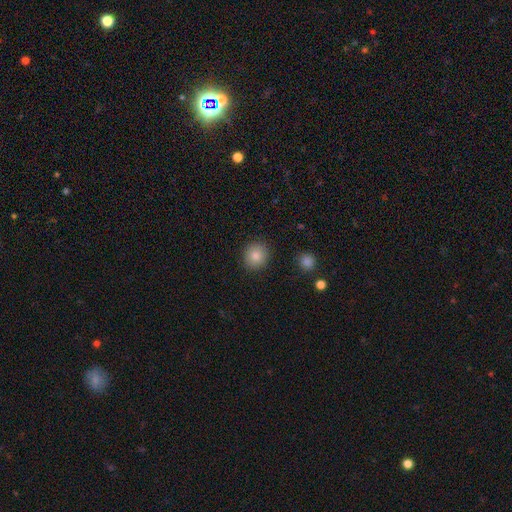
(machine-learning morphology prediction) Smooth or featured? Predicted: smooth (p=0.83). How rounded? Predicted: round (p=0.87). Merging? Predicted: none (p=0.90).